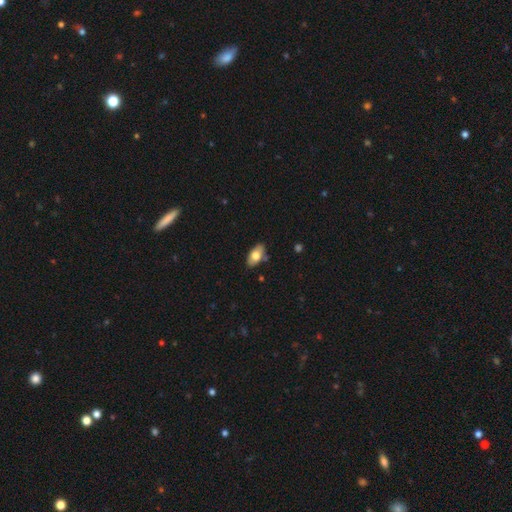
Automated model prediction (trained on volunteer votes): This appears to be a smooth galaxy with no disk features (70%) that is in between round and cigar-shaped (92%). Merging: none (81%).